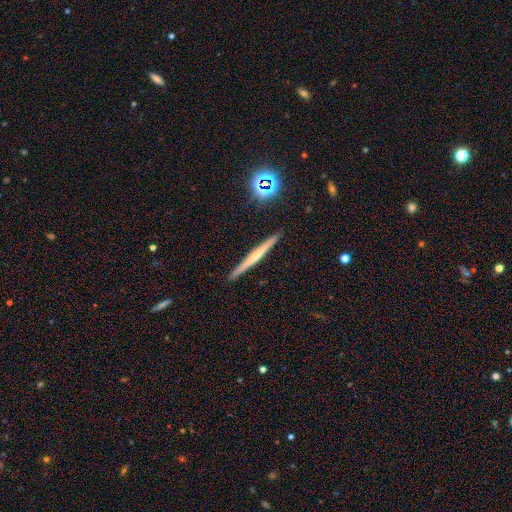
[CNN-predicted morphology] This appears to be a featured or disk galaxy (62%) viewed edge-on (98%) with a rounded central bulge (53%). Merging: none (91%).